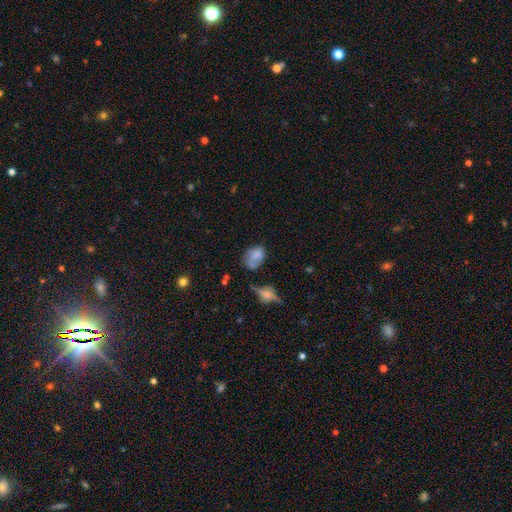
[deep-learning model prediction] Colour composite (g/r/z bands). It shows a smooth galaxy with no disk features (70%) that is in between round and cigar-shaped (73%). Merging: none (39%).